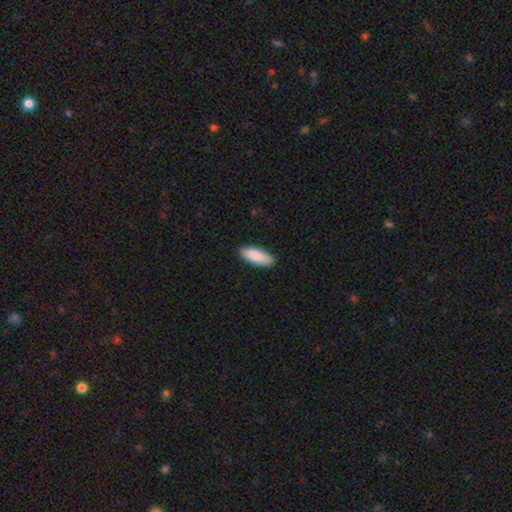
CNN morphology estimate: Smooth or featured?
  - smooth: 89% *
  - featured or disk: 6%
  - star or artifact: 5%
How rounded?
  - in between: 72% *
  - cigar-shaped: 26%
  - round: 2%
Merging?
  - none: 88% *
  - minor disturbance: 9%
  - major disturbance: 2%
  - merger: 1%